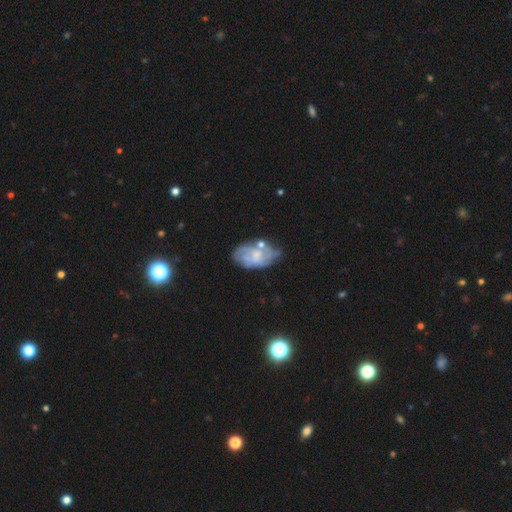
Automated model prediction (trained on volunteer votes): Overall: featured or disk (64%; smooth 29%). Edge-on disk: no (96%). Bar: no (70%). Spiral arms: yes (62%; no 38%). Bulge size: small (40%; moderate 28%). Merging: none (52%; minor disturbance 26%).